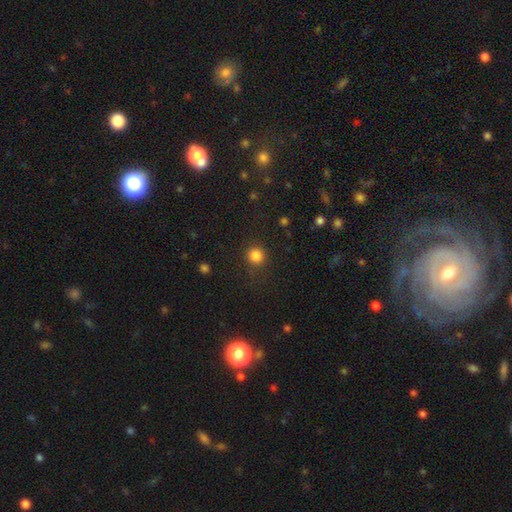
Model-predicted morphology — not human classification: Smooth or featured?
  - smooth: 84% *
  - star or artifact: 12%
  - featured or disk: 4%
How rounded?
  - round: 91% *
  - in between: 8%
  - cigar-shaped: 1%
Merging?
  - none: 87% *
  - minor disturbance: 8%
  - major disturbance: 4%
  - merger: 1%